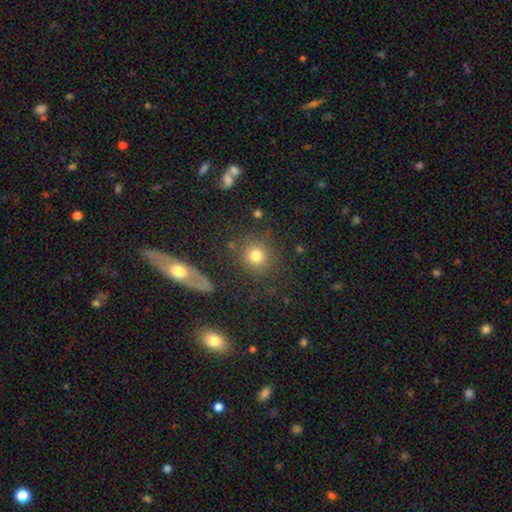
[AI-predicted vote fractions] Morphology: type=smooth (75%); roundness=round (85%); merging=none (79%).